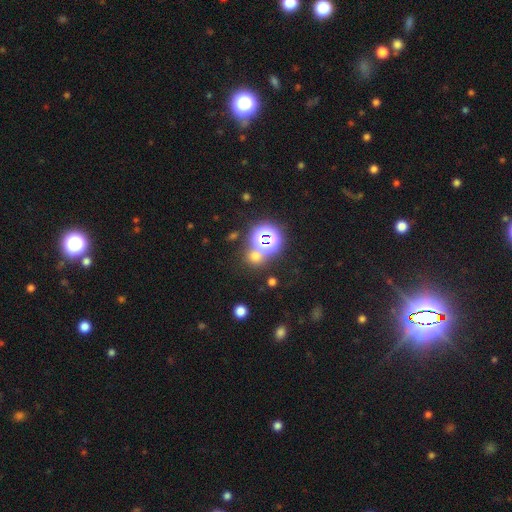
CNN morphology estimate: Smooth or featured? Predicted: smooth (p=0.53). How rounded? Predicted: round (p=0.85). Merging? Predicted: none (p=0.72).